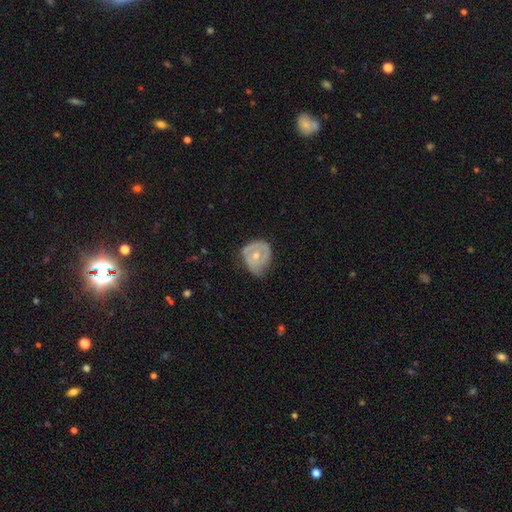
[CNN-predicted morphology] type=featured or disk (52%); edge-on=no (96%); bar=no (86%); spiral arms=no (61%); bulge=moderate (63%); merging=minor disturbance (43%).